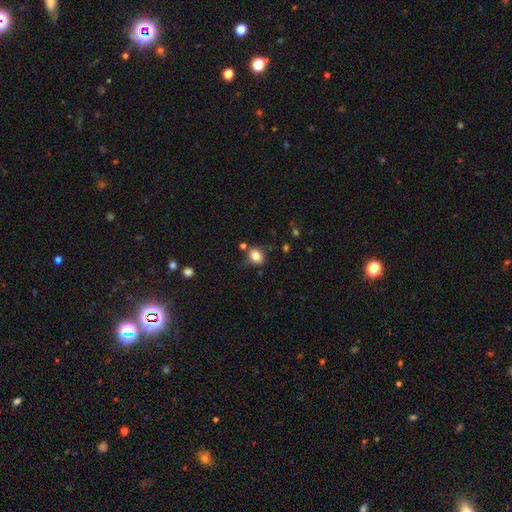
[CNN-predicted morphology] Smooth or featured? Predicted: smooth (p=0.81). How rounded? Predicted: in between (p=0.58). Merging? Predicted: none (p=0.69).